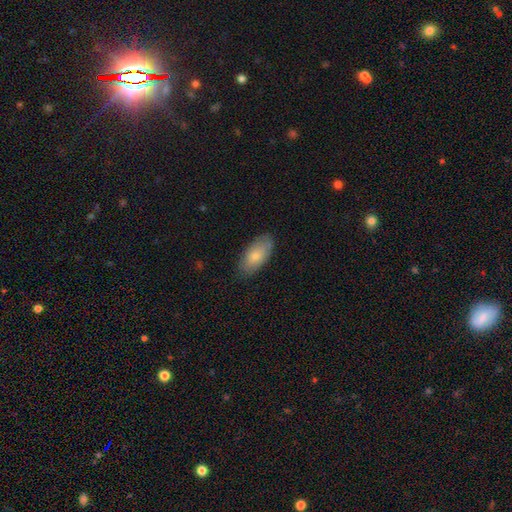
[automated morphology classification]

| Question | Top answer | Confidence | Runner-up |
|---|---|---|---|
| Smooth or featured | smooth | 79% | featured or disk (15%) |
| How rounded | in between | 93% | cigar-shaped (5%) |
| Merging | none | 81% | minor disturbance (15%) |